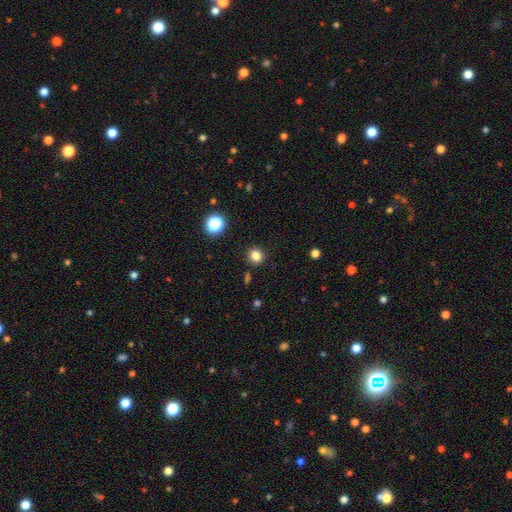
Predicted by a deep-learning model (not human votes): Smooth or featured: smooth — 82% (star or artifact — 13%)
How rounded: round — 86% (in between — 13%)
Merging: none — 90% (minor disturbance — 6%)